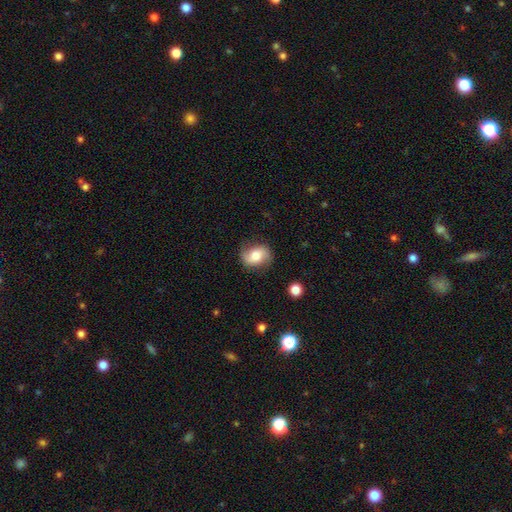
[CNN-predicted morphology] smooth 47%, featured or disk 44%, star or artifact 9%. Down the decision tree: merging — none (75%).